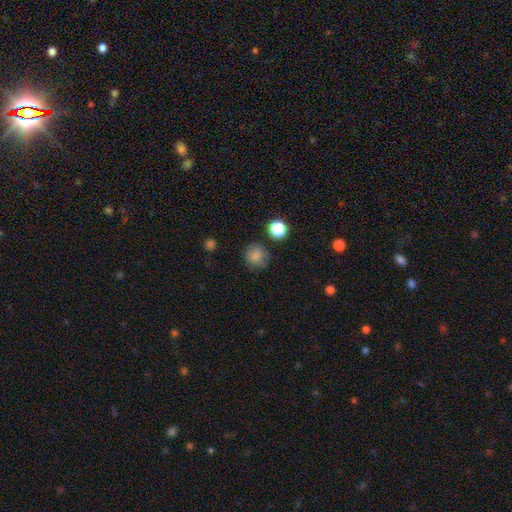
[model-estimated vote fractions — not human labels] The model was most divided on "merging": none: 81%, minor disturbance: 12%, major disturbance: 4%, merger: 3%. More confident: how rounded — round (90%); smooth or featured — smooth (83%).